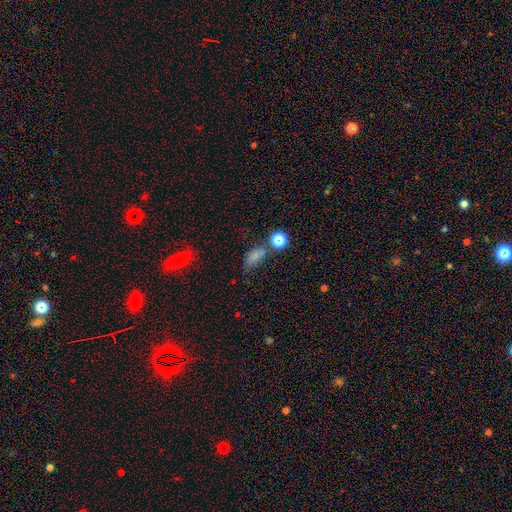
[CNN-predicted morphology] Smooth or featured?
  - smooth: 70% *
  - star or artifact: 21%
  - featured or disk: 9%
How rounded?
  - in between: 77% *
  - cigar-shaped: 12%
  - round: 11%
Merging?
  - none: 56% *
  - minor disturbance: 23%
  - merger: 12%
  - major disturbance: 10%